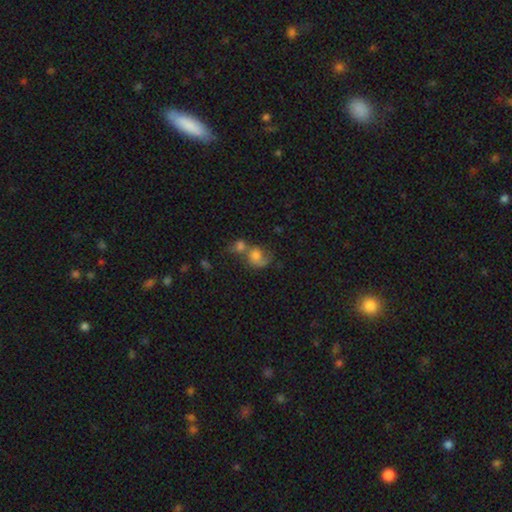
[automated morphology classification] Smooth or featured? smooth (59%)
How rounded? round (61%)
Merging? merger (61%)